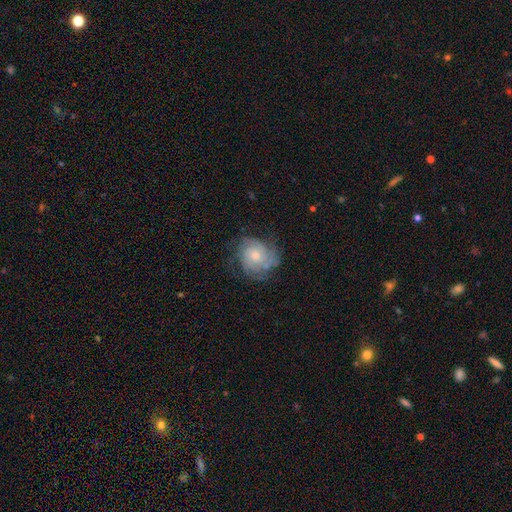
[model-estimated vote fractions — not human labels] Smooth or featured: featured or disk — 81% (smooth — 12%)
Edge-on disk: no — 98% (yes — 2%)
Bar: no — 74% (weak — 23%)
Spiral arms: yes — 96% (no — 4%)
Spiral winding: tight — 70% (medium — 25%)
Spiral arm count: can't tell — 29% (3 — 27%)
Bulge size: small — 51% (moderate — 43%)
Merging: none — 70% (minor disturbance — 19%)